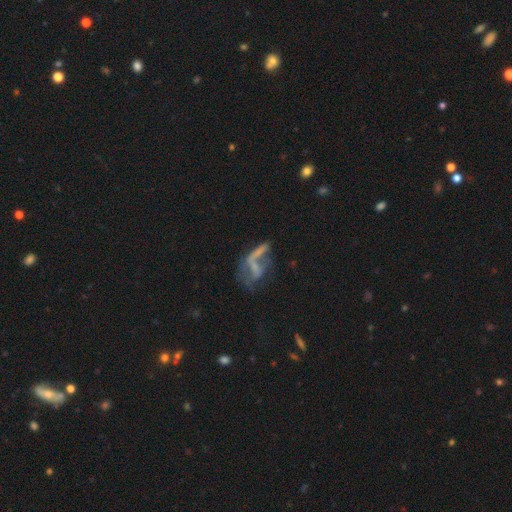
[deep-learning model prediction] This is possibly a featured or disk galaxy (53%). It is clearly not viewed edge-on (90%). Merging: marginally major disturbance (41%).